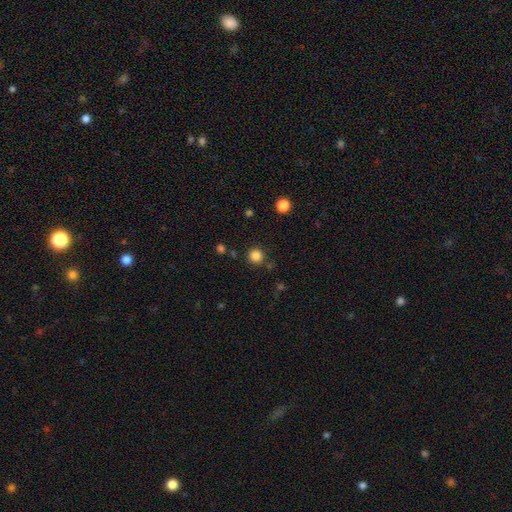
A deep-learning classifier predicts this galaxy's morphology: Smooth or featured: smooth — 83% (star or artifact — 13%)
How rounded: round — 94% (in between — 5%)
Merging: none — 87% (minor disturbance — 7%)